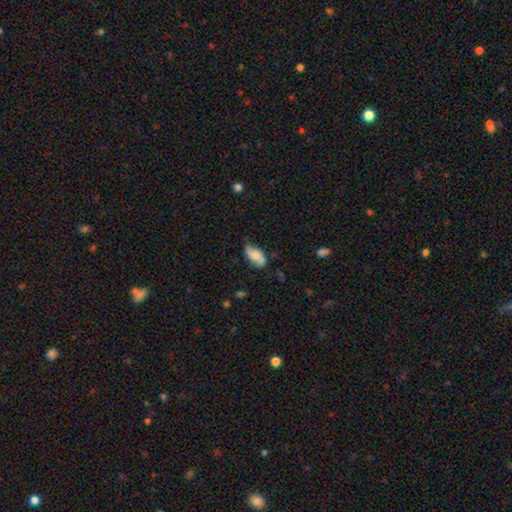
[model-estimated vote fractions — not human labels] A smooth galaxy with no disk features (50%) that is in between round and cigar-shaped (89%). Merging: none (59%).